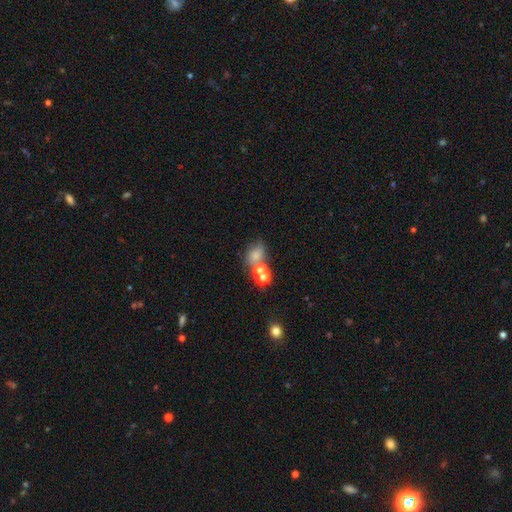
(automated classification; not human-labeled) smooth_or_featured: smooth (p=0.66) [alt: star or artifact p=0.19]
how_rounded: in between (p=0.61) [alt: round p=0.38]
merging: merger (p=0.38) [tied with: none p=0.38]